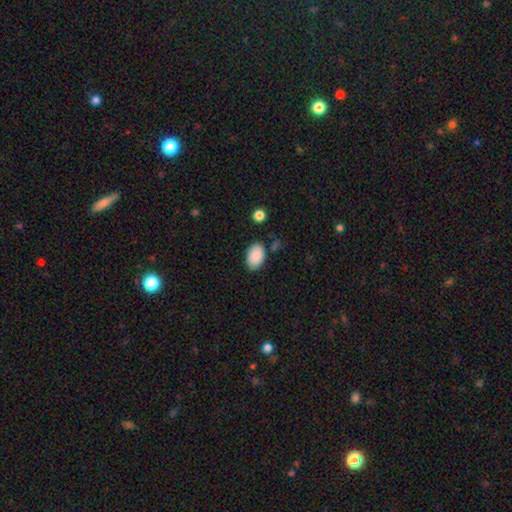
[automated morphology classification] Smooth or featured? smooth (89%)
How rounded? in between (91%)
Merging? none (82%)